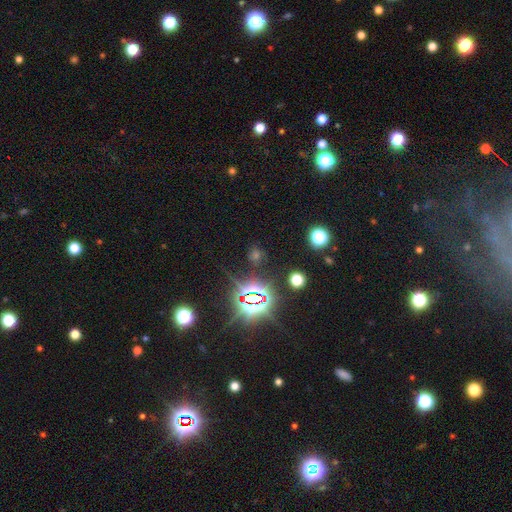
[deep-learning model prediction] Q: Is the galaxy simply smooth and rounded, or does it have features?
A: star or artifact — 70%.